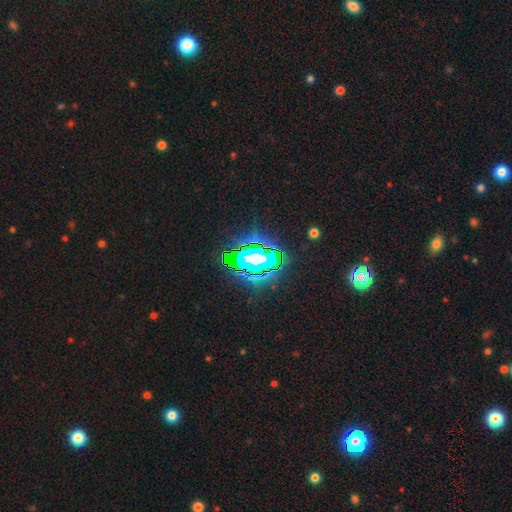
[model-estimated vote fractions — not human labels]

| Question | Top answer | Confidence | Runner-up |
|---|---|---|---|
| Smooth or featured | star or artifact | 65% | featured or disk (21%) |